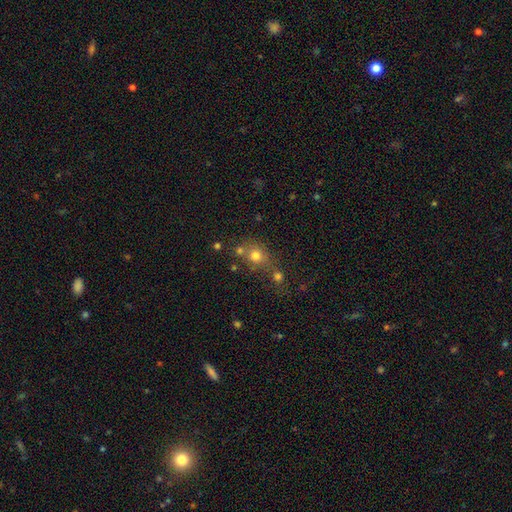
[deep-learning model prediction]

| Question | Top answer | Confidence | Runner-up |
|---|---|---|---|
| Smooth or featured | smooth | 72% | star or artifact (16%) |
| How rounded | round | 79% | in between (19%) |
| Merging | none | 54% | merger (28%) |